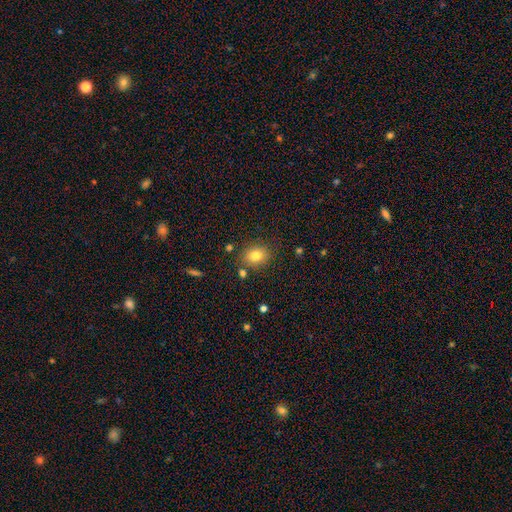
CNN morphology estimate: smooth_or_featured: smooth (p=0.80) [alt: star or artifact p=0.11]
how_rounded: in between (p=0.52) [alt: round p=0.47]
merging: none (p=0.80) [alt: minor disturbance p=0.12]